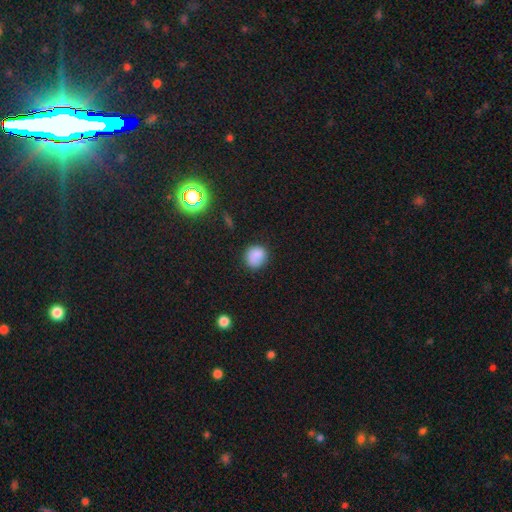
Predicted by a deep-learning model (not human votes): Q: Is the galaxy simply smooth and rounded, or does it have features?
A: smooth — 85%.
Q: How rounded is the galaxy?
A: round — 80%.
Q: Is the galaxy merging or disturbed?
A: none — 78%.